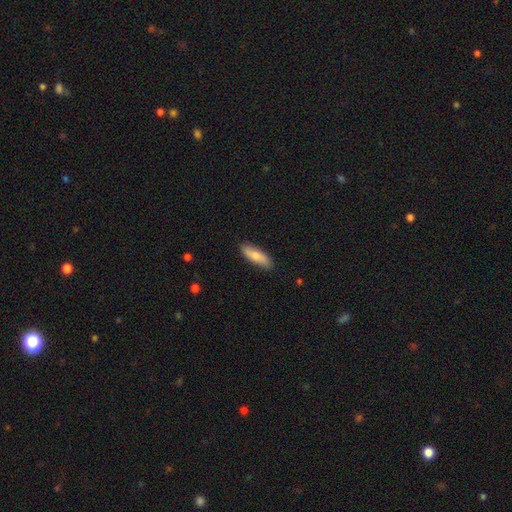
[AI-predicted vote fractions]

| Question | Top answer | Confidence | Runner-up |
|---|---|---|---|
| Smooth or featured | smooth | 74% | featured or disk (20%) |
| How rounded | in between | 51% | cigar-shaped (47%) |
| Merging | none | 85% | minor disturbance (12%) |